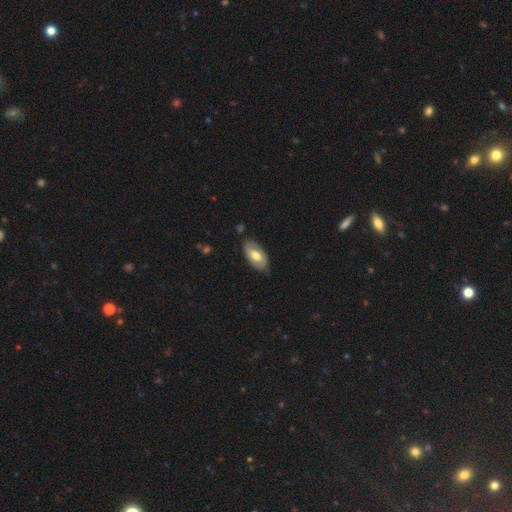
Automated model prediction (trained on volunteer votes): A smooth galaxy with no disk features (53%) that is in between round and cigar-shaped (93%).

Vote fractions:
- Smooth or featured? smooth: 53% / featured or disk: 41% / star or artifact: 6%
- How rounded? in between: 93% / round: 4% / cigar-shaped: 3%
- Merging? none: 76% / minor disturbance: 19% / major disturbance: 4% / merger: 1%